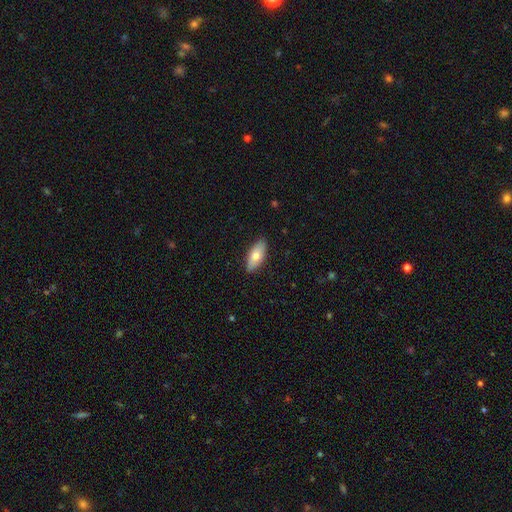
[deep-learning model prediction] Smooth or featured: smooth — 74% (featured or disk — 20%)
How rounded: in between — 83% (cigar-shaped — 14%)
Merging: none — 87% (minor disturbance — 10%)